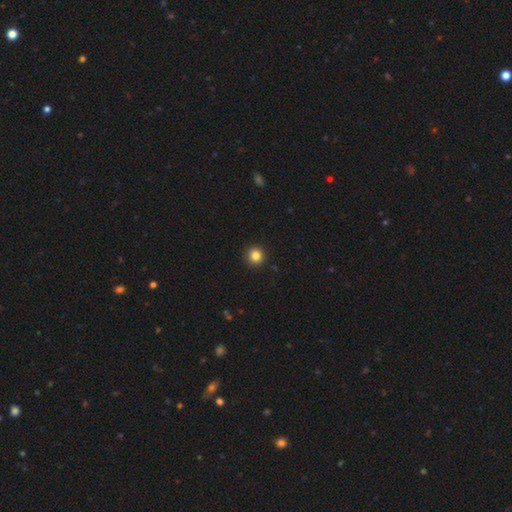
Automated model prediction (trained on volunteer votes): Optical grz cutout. It shows a smooth galaxy with no disk features (84%) that is round (95%). Merging: none (93%).